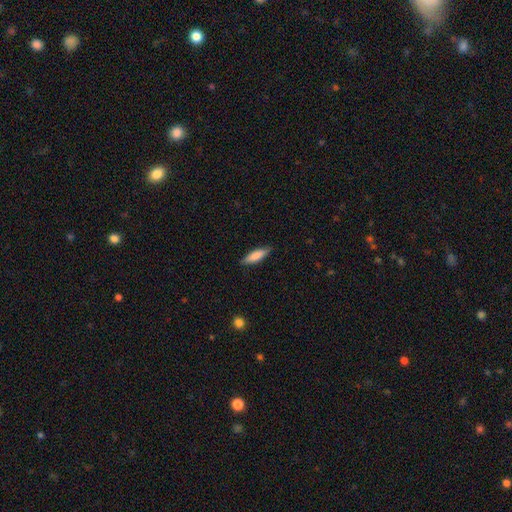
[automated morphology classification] This appears to be a smooth galaxy with no disk features (78%) that is cigar-shaped (63%). Merging: none (86%).